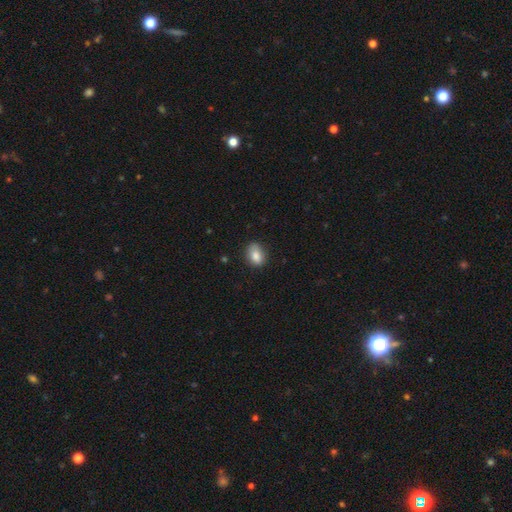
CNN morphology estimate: Smooth or featured?
  - smooth: 84% *
  - star or artifact: 8%
  - featured or disk: 8%
How rounded?
  - in between: 72% *
  - round: 26%
  - cigar-shaped: 2%
Merging?
  - none: 73% *
  - minor disturbance: 21%
  - major disturbance: 4%
  - merger: 2%